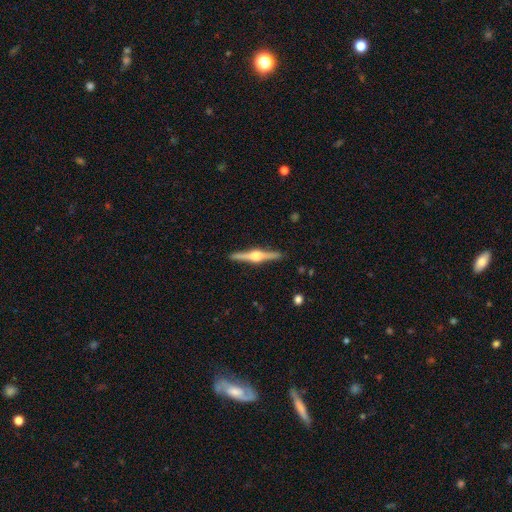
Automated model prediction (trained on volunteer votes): The model was most divided on "smooth or featured": featured or disk: 85%, smooth: 10%, star or artifact: 5%. More confident: edge-on disk — yes (99%); edge-on bulge — rounded (95%); merging — none (92%).